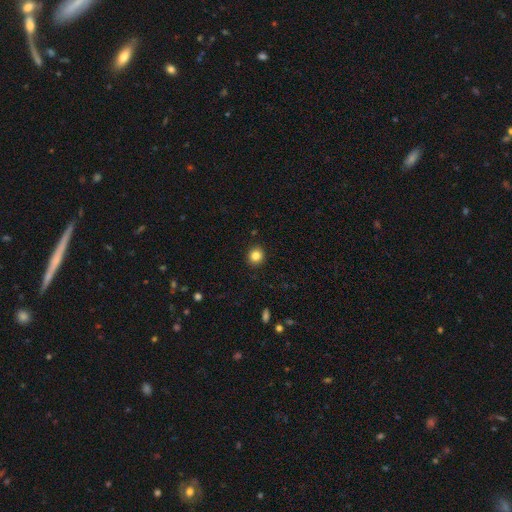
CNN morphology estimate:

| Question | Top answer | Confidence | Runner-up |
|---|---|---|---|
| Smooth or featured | smooth | 85% | star or artifact (11%) |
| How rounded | round | 88% | in between (11%) |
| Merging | none | 92% | minor disturbance (5%) |